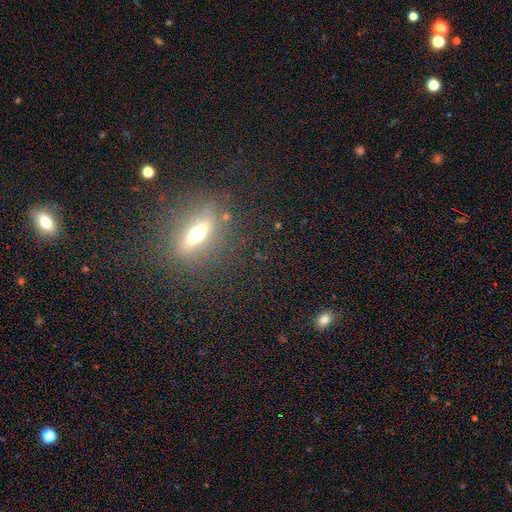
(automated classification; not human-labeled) Q: Smooth or featured?
A: featured or disk (51%); runner-up: smooth (28%)
Q: Edge-on disk?
A: yes (78%); runner-up: no (22%)
Q: Merging?
A: none (83%); runner-up: minor disturbance (10%)